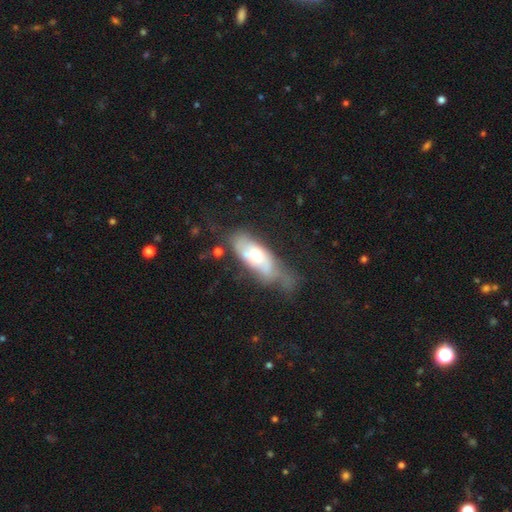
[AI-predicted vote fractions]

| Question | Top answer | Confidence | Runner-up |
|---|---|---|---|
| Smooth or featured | featured or disk | 50% | smooth (44%) |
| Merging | none | 32% | minor disturbance (31%) |